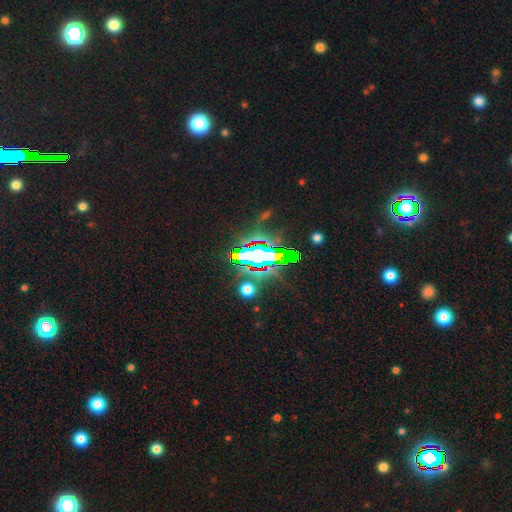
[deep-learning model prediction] Overall: star or artifact (68%).